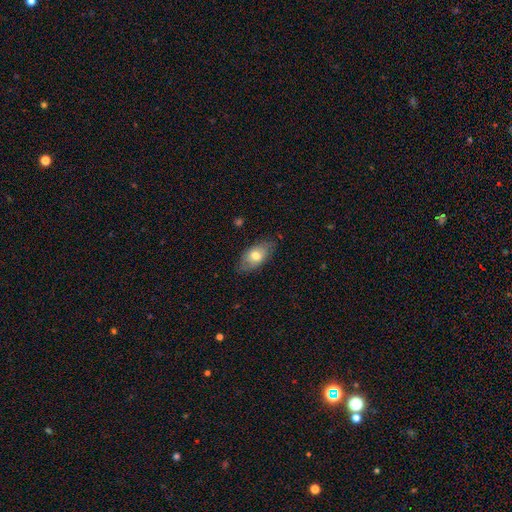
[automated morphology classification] A smooth galaxy with no disk features (71%) that is in between round and cigar-shaped (90%). Merging: none (78%).